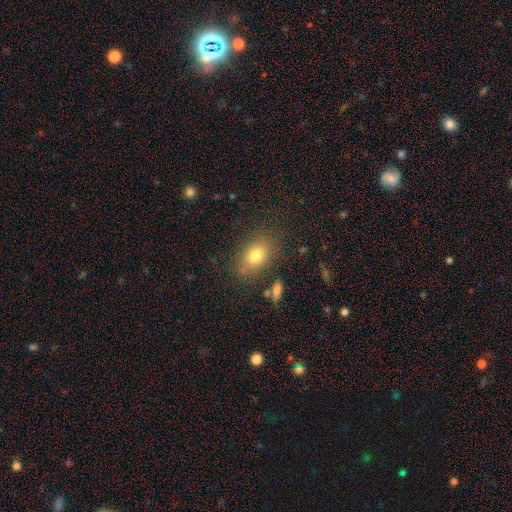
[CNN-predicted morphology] type=smooth (77%); roundness=in between (80%); merging=none (79%).